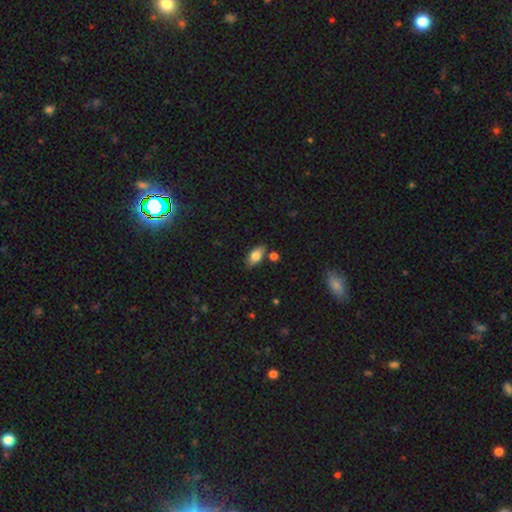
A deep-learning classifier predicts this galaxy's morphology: smooth_or_featured: smooth (p=0.78) [alt: featured or disk p=0.14]
how_rounded: in between (p=0.89) [alt: cigar-shaped p=0.07]
merging: none (p=0.79) [alt: minor disturbance p=0.13]